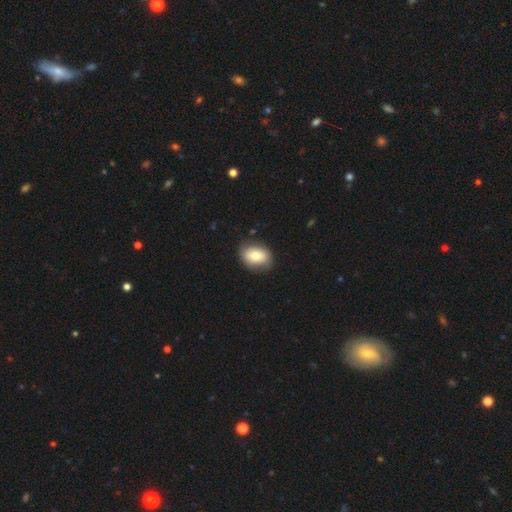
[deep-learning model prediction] A smooth galaxy with no disk features (76%) that is in between round and cigar-shaped (72%). Merging: none (77%).